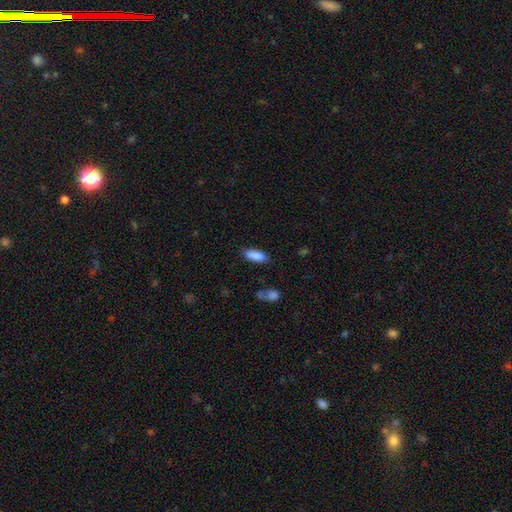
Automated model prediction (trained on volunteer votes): Smooth or featured? smooth (88%)
How rounded? in between (76%)
Merging? none (82%)